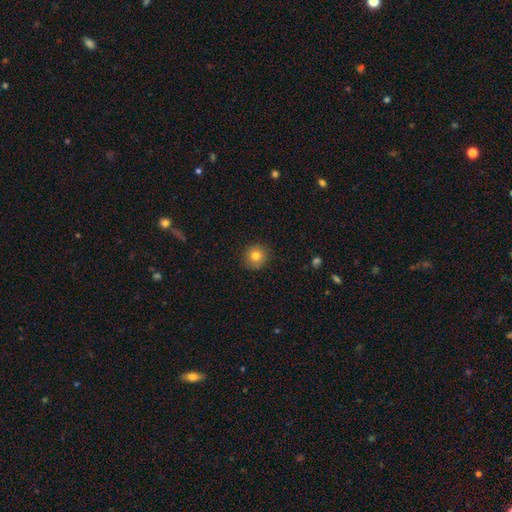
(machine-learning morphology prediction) A smooth galaxy with no disk features (80%) that is round (92%). Merging: none (89%).